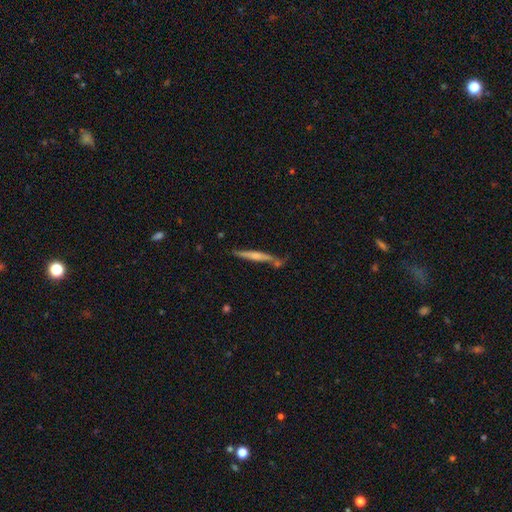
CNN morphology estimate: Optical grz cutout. It shows a featured or disk galaxy (51%) viewed edge-on (95%). Merging: none (69%).